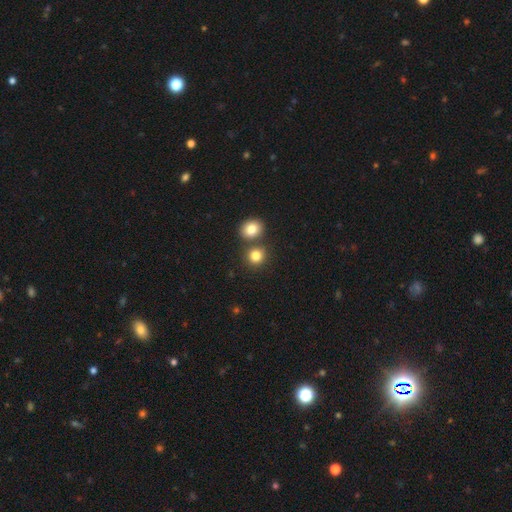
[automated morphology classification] Q: Smooth or featured?
A: smooth (82%); runner-up: star or artifact (11%)
Q: How rounded?
A: round (84%); runner-up: in between (15%)
Q: Merging?
A: none (65%); runner-up: merger (25%)